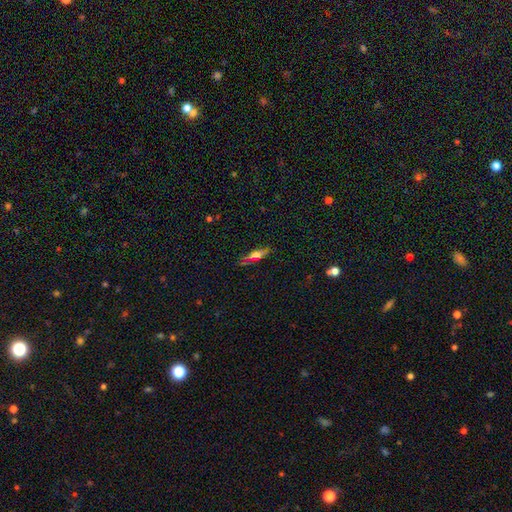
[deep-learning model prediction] Smooth or featured?
  - featured or disk: 46% *
  - smooth: 45%
  - star or artifact: 9%
Merging?
  - none: 80% *
  - minor disturbance: 14%
  - major disturbance: 4%
  - merger: 2%